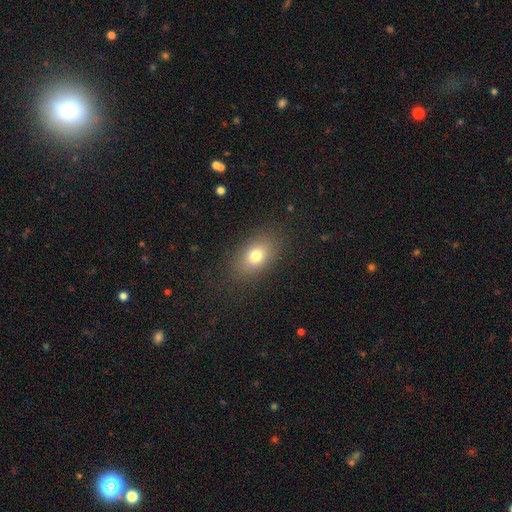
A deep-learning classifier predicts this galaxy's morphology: A smooth galaxy with no disk features (76%) that is in between round and cigar-shaped (78%).

Vote fractions:
- Smooth or featured? smooth: 76% / featured or disk: 13% / star or artifact: 11%
- How rounded? in between: 78% / round: 20% / cigar-shaped: 2%
- Merging? none: 84% / minor disturbance: 10% / major disturbance: 5% / merger: 1%